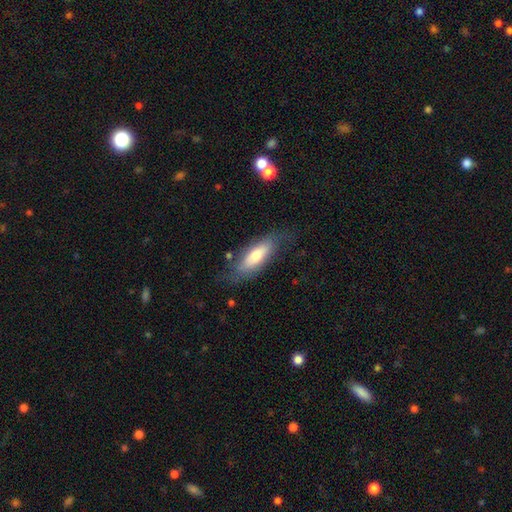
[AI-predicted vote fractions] A smooth galaxy with no disk features (64%) that is in between round and cigar-shaped (60%).

Vote fractions:
- Smooth or featured? smooth: 64% / featured or disk: 30% / star or artifact: 6%
- How rounded? in between: 60% / cigar-shaped: 38% / round: 2%
- Merging? none: 69% / minor disturbance: 21% / major disturbance: 8% / merger: 2%